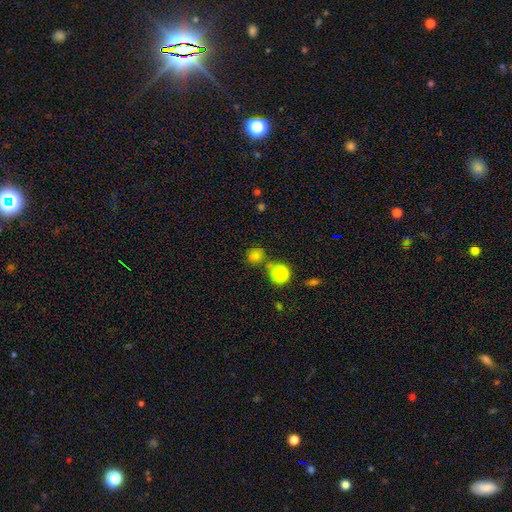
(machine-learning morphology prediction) Smooth or featured?
  - smooth: 73% *
  - star or artifact: 22%
  - featured or disk: 6%
How rounded?
  - round: 77% *
  - in between: 22%
  - cigar-shaped: 1%
Merging?
  - none: 65% *
  - merger: 17%
  - minor disturbance: 12%
  - major disturbance: 5%